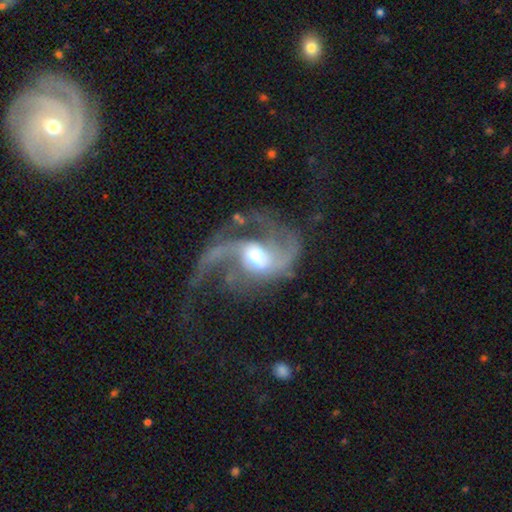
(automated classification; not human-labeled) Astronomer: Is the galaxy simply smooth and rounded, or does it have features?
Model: featured or disk — 87%.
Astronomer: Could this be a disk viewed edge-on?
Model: no — 97%.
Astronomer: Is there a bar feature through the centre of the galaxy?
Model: weak — 43% (runner-up: no, 38%).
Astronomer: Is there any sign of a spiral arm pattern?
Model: yes — 95%.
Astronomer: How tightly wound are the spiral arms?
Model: loose — 56% (runner-up: medium, 36%).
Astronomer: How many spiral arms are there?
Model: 2 — 65%.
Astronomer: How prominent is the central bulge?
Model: moderate — 63%.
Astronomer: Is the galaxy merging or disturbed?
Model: none — 42% (runner-up: major disturbance, 37%).